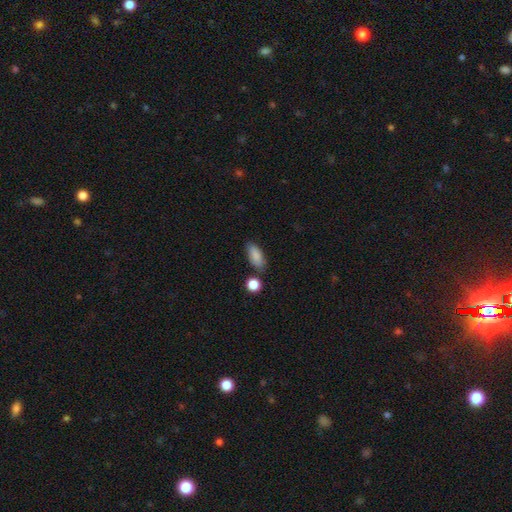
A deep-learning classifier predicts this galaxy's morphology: Q: Smooth or featured?
A: smooth (86%); runner-up: star or artifact (7%)
Q: How rounded?
A: in between (85%); runner-up: cigar-shaped (11%)
Q: Merging?
A: none (77%); runner-up: minor disturbance (14%)